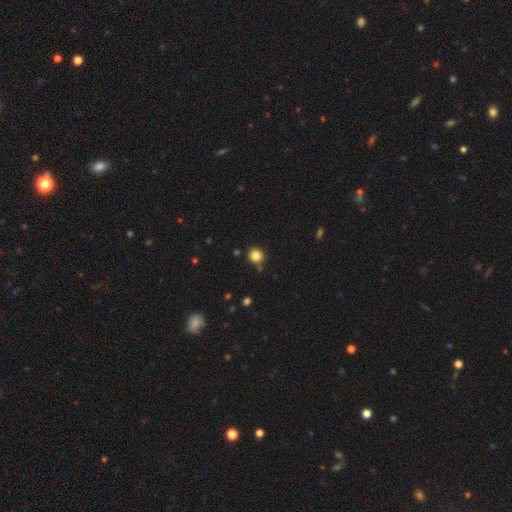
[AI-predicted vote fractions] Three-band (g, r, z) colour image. It shows a smooth galaxy with no disk features (84%) that is round (90%). Merging: none (84%).